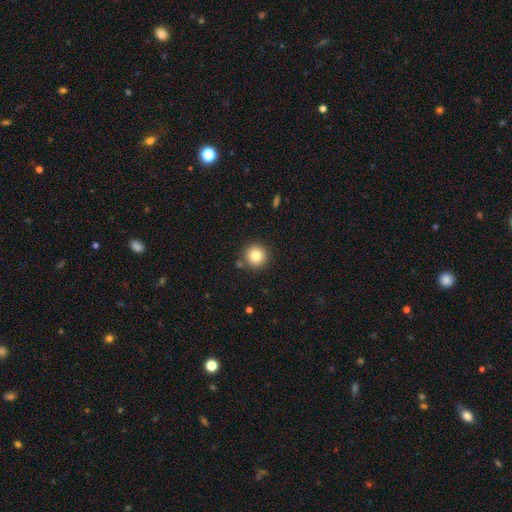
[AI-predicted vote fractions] Smooth or featured?
  - smooth: 81% *
  - star or artifact: 11%
  - featured or disk: 8%
How rounded?
  - round: 95% *
  - in between: 4%
  - cigar-shaped: 1%
Merging?
  - none: 85% *
  - minor disturbance: 7%
  - merger: 5%
  - major disturbance: 2%